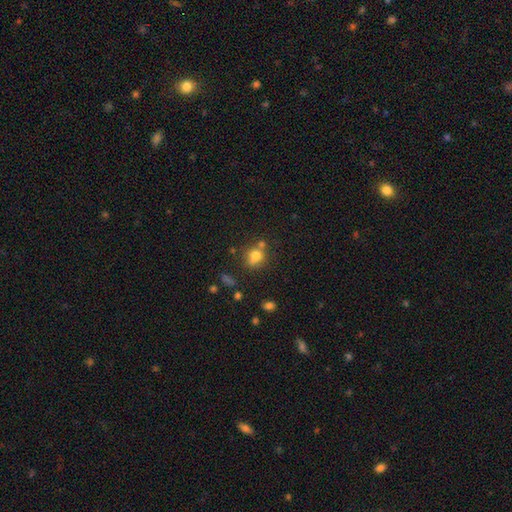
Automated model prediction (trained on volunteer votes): Smooth or featured: smooth — 74% (star or artifact — 14%)
How rounded: round — 77% (in between — 22%)
Merging: none — 56% (merger — 23%)